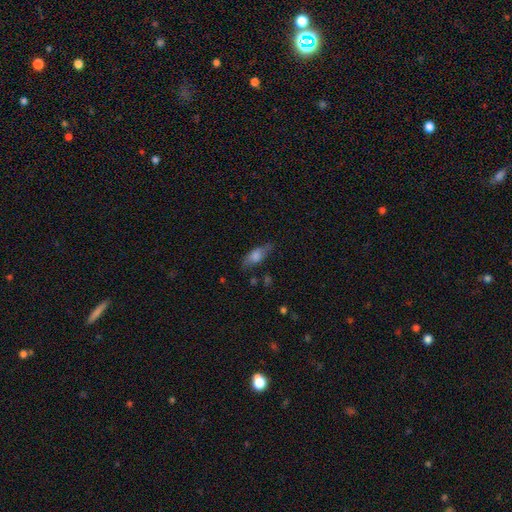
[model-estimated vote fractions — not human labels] Smooth or featured: smooth — 59% (featured or disk — 33%)
How rounded: in between — 63% (cigar-shaped — 33%)
Merging: none — 74% (minor disturbance — 19%)